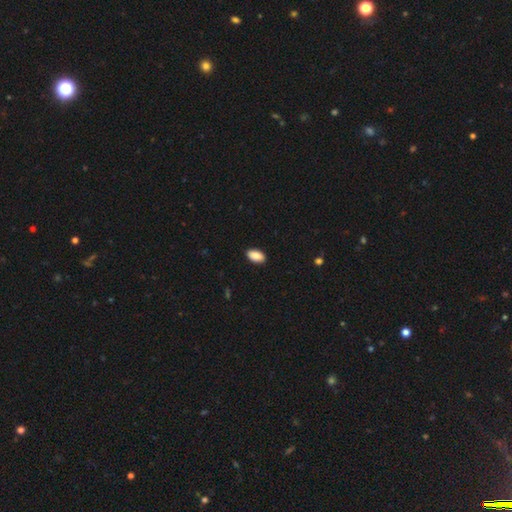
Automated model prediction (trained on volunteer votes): A smooth galaxy with no disk features (88%) that is in between round and cigar-shaped (94%).

Vote fractions:
- Smooth or featured? smooth: 88% / star or artifact: 7% / featured or disk: 6%
- How rounded? in between: 94% / round: 3% / cigar-shaped: 3%
- Merging? none: 90% / minor disturbance: 7% / major disturbance: 2% / merger: 1%